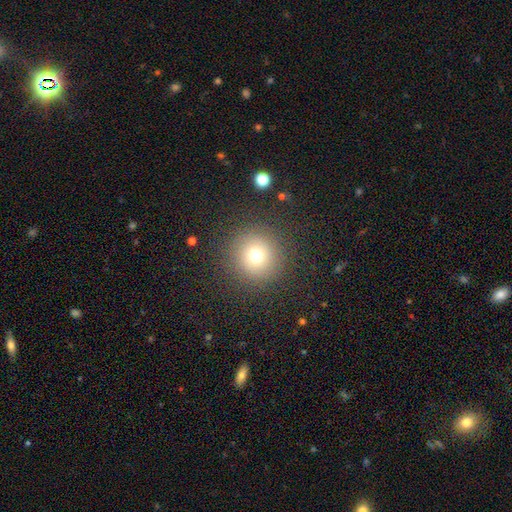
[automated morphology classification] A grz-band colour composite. It shows a smooth galaxy with no disk features (72%) that is round (95%). Merging: none (88%).